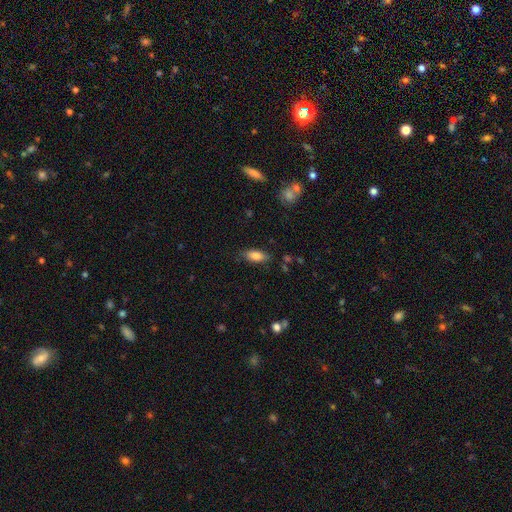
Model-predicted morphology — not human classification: A smooth galaxy with no disk features (83%) that is in between round and cigar-shaped (85%). Merging: none (79%).